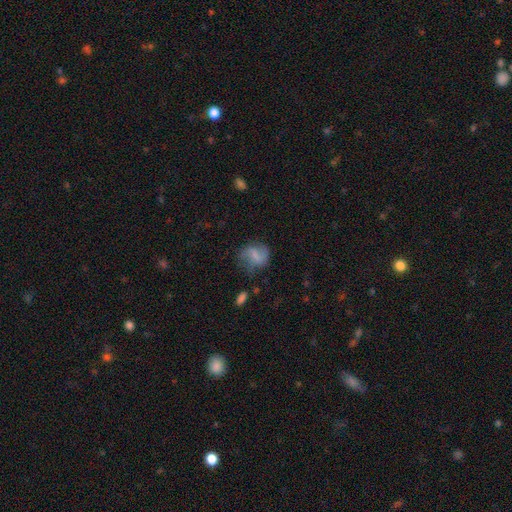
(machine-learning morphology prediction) This appears to be a smooth galaxy with no disk features (49%). Merging: none (54%).